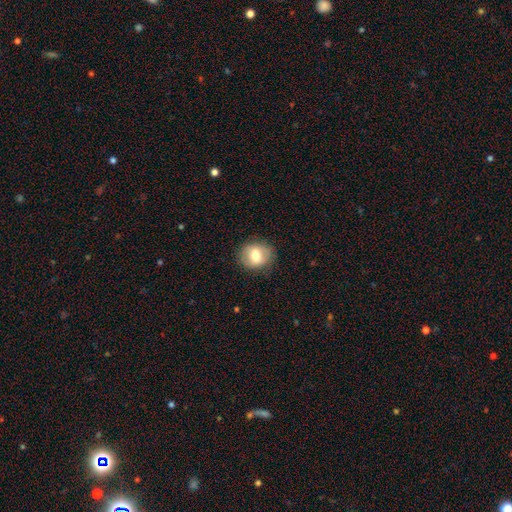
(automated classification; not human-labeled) Q: Smooth or featured?
A: smooth (68%); runner-up: featured or disk (24%)
Q: How rounded?
A: round (63%); runner-up: in between (36%)
Q: Merging?
A: none (82%); runner-up: minor disturbance (13%)